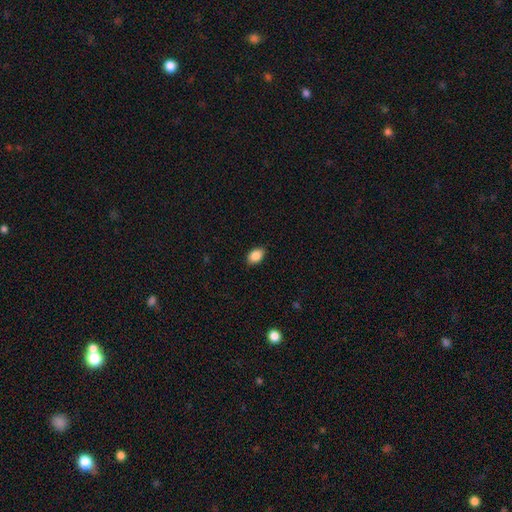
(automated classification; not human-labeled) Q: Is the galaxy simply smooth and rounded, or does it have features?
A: smooth — 87%.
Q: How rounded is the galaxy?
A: in between — 86%.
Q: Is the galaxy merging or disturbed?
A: none — 86%.